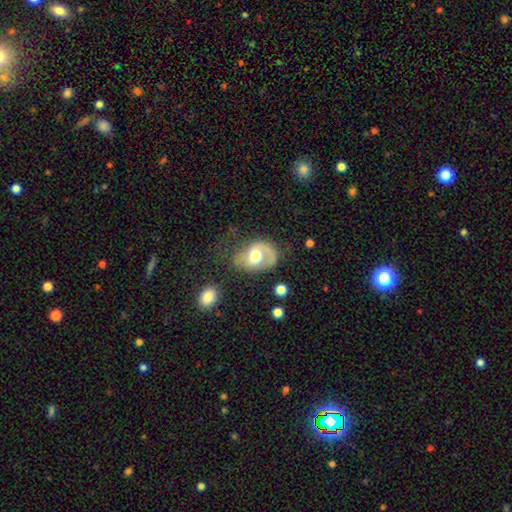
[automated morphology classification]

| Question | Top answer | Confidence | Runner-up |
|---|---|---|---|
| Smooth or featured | featured or disk | 60% | smooth (33%) |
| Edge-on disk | no | 96% | yes (4%) |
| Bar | no | 61% | weak (31%) |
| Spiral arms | yes | 77% | no (23%) |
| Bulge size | moderate | 64% | large (27%) |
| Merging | none | 47% | minor disturbance (26%) |